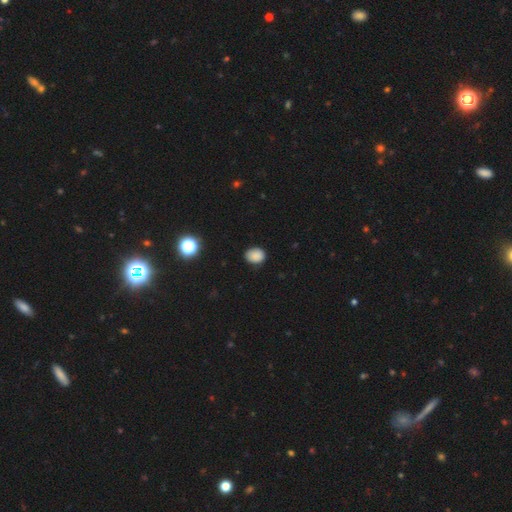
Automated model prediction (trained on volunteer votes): A smooth galaxy with no disk features (86%) that is in between round and cigar-shaped (53%). Merging: none (84%).